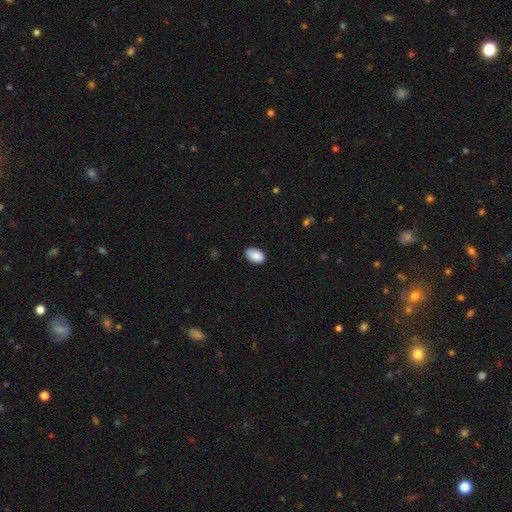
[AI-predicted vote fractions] Morphology: type=smooth (90%); roundness=in between (93%); merging=none (83%).